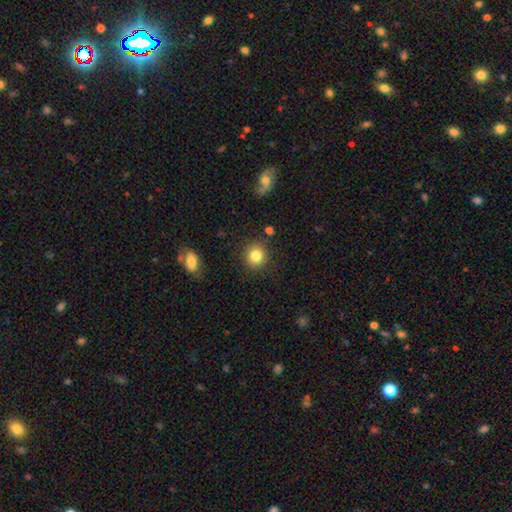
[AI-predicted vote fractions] smooth_or_featured: smooth (p=0.84) [alt: star or artifact p=0.10]
how_rounded: round (p=0.86) [alt: in between p=0.13]
merging: none (p=0.87) [alt: minor disturbance p=0.08]